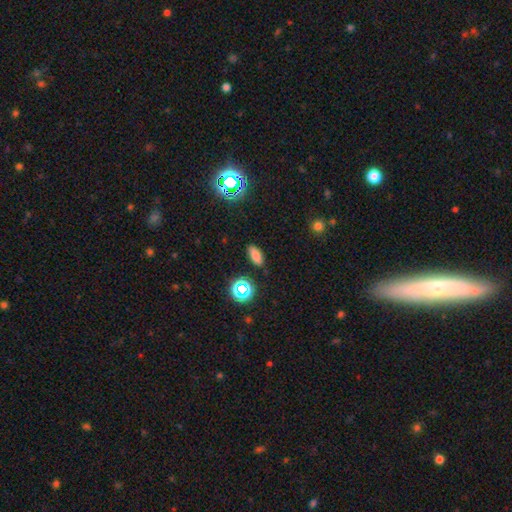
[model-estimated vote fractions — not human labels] This appears to be a smooth galaxy with no disk features (75%) that is in between round and cigar-shaped (83%). Merging: none (85%).